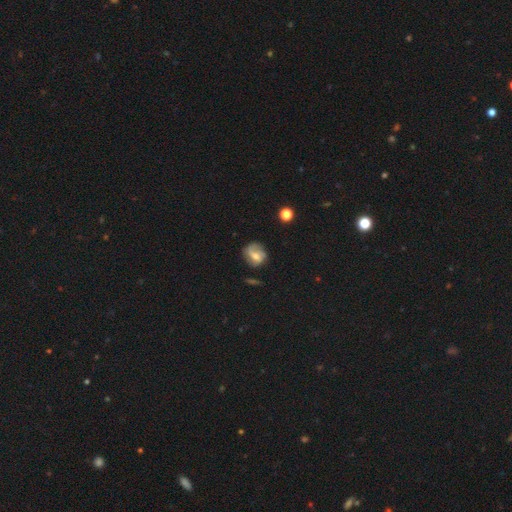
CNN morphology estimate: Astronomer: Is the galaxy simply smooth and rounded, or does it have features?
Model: featured or disk — 55% (runner-up: smooth, 36%).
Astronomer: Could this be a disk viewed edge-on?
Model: no — 97%.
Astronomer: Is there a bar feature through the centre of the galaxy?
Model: weak — 46% (runner-up: no, 38%).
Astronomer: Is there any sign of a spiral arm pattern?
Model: yes — 84%.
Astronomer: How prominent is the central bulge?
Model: moderate — 53% (runner-up: small, 34%).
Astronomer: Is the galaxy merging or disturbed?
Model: none — 66%.